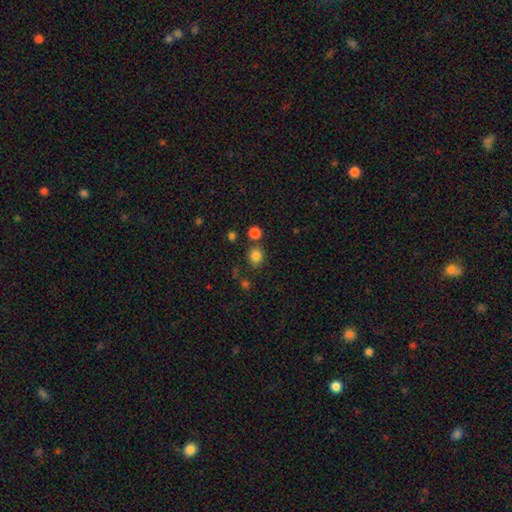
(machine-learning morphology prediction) Q: Smooth or featured?
A: smooth (82%); runner-up: star or artifact (13%)
Q: How rounded?
A: round (73%); runner-up: in between (26%)
Q: Merging?
A: none (76%); runner-up: merger (10%)